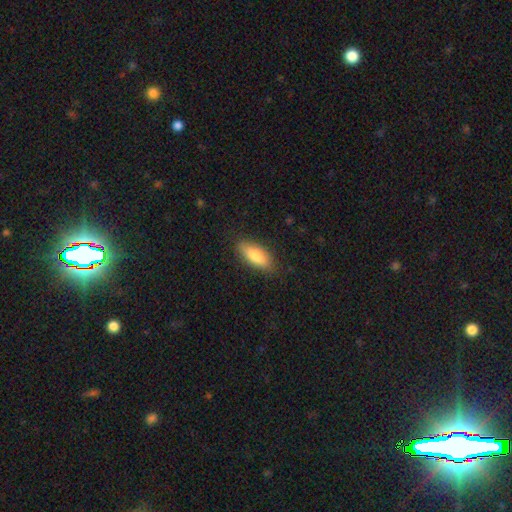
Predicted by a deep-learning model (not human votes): This is likely a smooth galaxy (77%). How rounded: likely in between (71%). Merging: clearly none (85%).